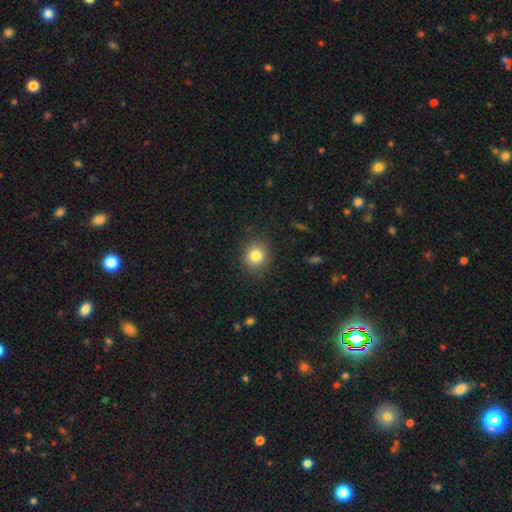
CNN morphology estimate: Smooth or featured?
  - smooth: 82% *
  - star or artifact: 11%
  - featured or disk: 7%
How rounded?
  - round: 87% *
  - in between: 12%
  - cigar-shaped: 1%
Merging?
  - none: 89% *
  - minor disturbance: 7%
  - major disturbance: 2%
  - merger: 1%